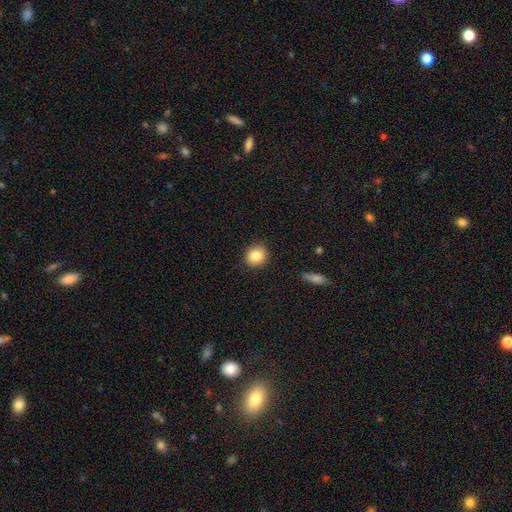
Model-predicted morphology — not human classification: A smooth galaxy with no disk features (86%) that is round (86%). Merging: none (89%).